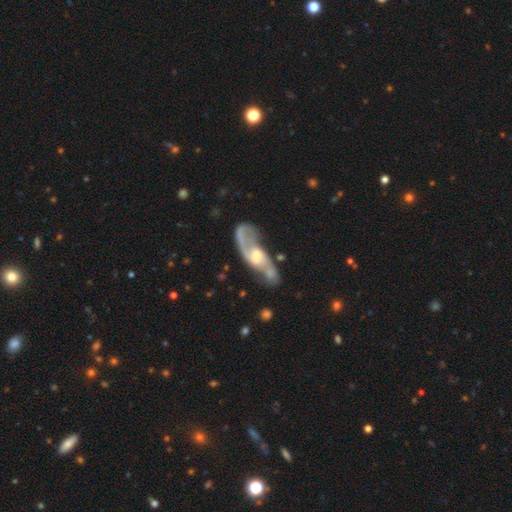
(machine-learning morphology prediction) The model was most divided on "bar": no: 47%, weak: 40%, strong: 13%. Remaining: spiral arms — yes (92%); edge-on disk — no (89%); smooth or featured — featured or disk (83%); spiral arm count — 2 (78%); bulge size — moderate (52%); merging — none (50%); spiral winding — loose (49%).